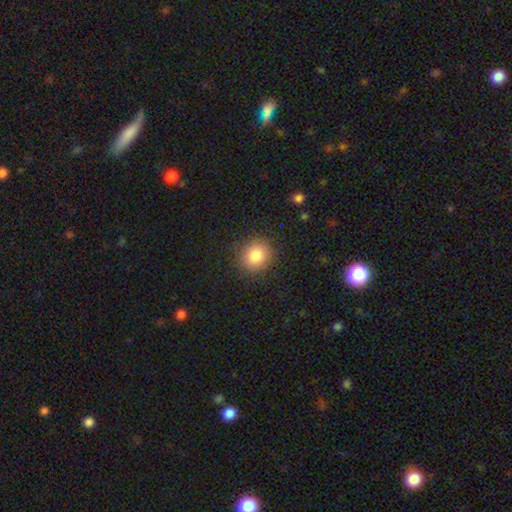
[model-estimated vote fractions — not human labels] Smooth or featured? smooth (84%)
How rounded? round (76%)
Merging? none (87%)